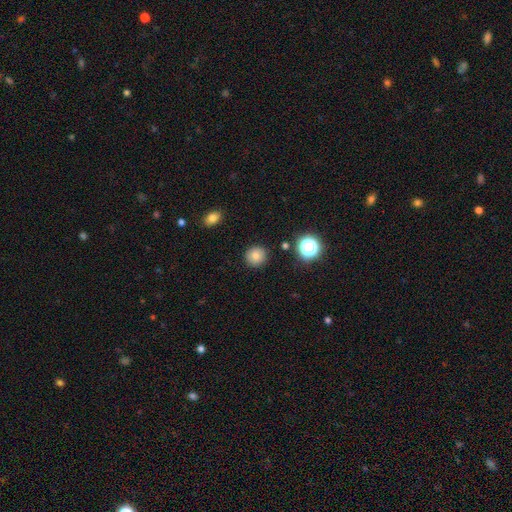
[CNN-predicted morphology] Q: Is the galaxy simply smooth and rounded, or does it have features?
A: smooth — 79%.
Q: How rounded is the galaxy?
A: round — 93%.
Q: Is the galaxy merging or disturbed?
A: none — 89%.